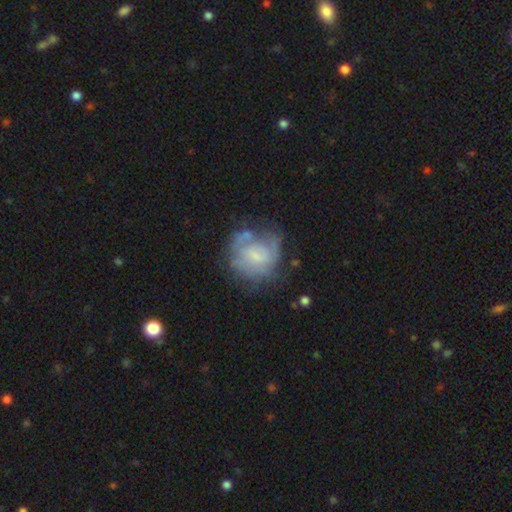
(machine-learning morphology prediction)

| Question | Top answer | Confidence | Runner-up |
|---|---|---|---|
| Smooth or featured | featured or disk | 54% | smooth (38%) |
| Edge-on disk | no | 98% | yes (2%) |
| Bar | no | 61% | weak (33%) |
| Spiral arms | yes | 50% | tied: no (50%) |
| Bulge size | small | 42% | none (27%) |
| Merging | none | 45% | minor disturbance (25%) |